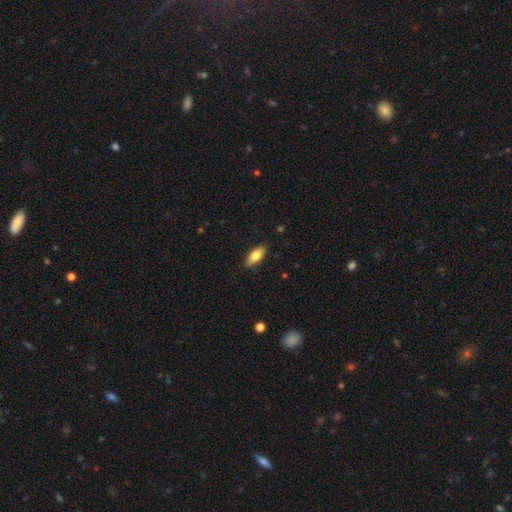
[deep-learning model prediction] smooth 79%, featured or disk 14%, star or artifact 6%. Down the decision tree: how rounded — in between (83%); merging — none (87%).